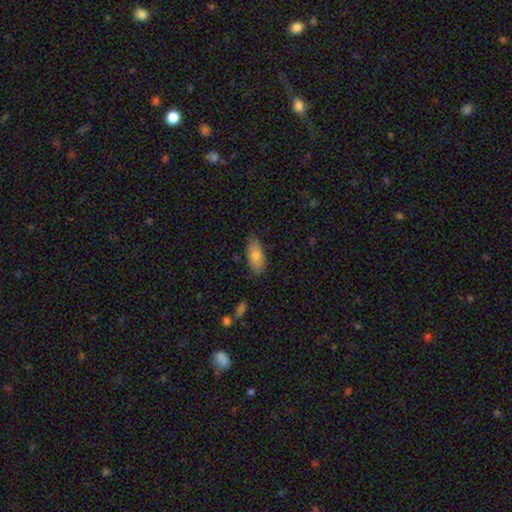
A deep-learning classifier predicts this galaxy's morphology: Overall: smooth (79%). How rounded: in between (86%). Merging: none (82%).